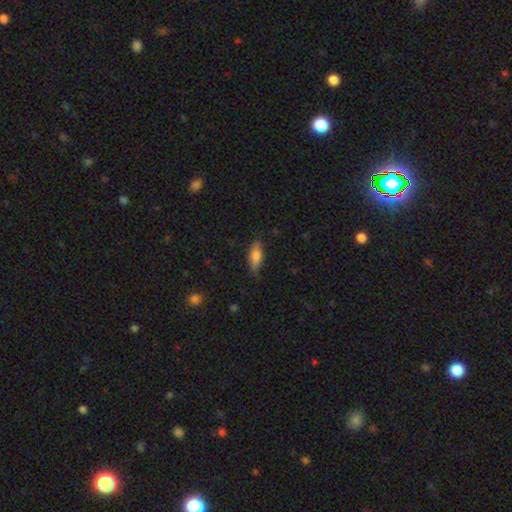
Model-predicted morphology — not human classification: A smooth galaxy with no disk features (74%) that is in between round and cigar-shaped (73%). Merging: none (77%).